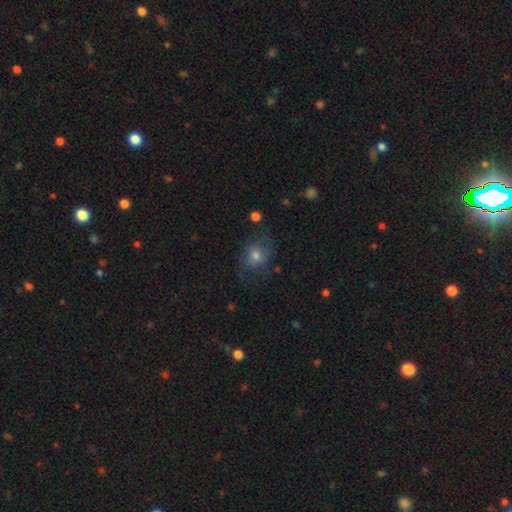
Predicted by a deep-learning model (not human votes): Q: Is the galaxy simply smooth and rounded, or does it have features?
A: smooth — 51%.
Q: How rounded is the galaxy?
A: round — 60%.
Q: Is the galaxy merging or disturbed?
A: none — 64%.